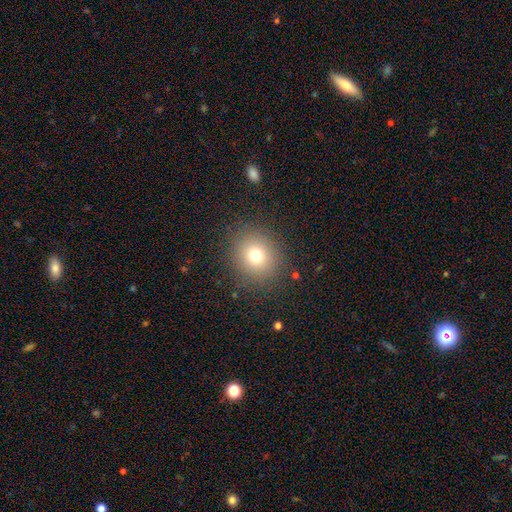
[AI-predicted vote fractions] smooth 74%, star or artifact 16%, featured or disk 10%. Down the decision tree: how rounded — round (85%); merging — none (88%).